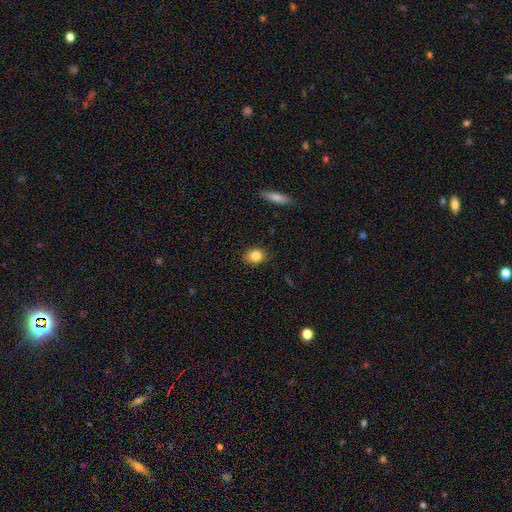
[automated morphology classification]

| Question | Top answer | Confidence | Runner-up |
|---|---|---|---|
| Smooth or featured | smooth | 83% | star or artifact (9%) |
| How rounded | in between | 52% | round (46%) |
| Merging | none | 86% | minor disturbance (11%) |